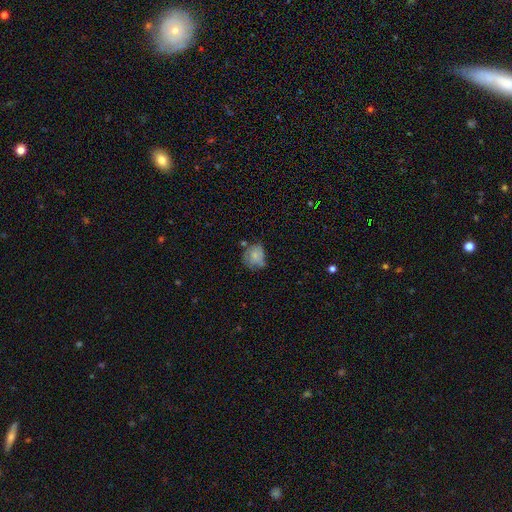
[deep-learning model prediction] Smooth or featured? smooth (66%)
How rounded? round (63%)
Merging? none (42%)